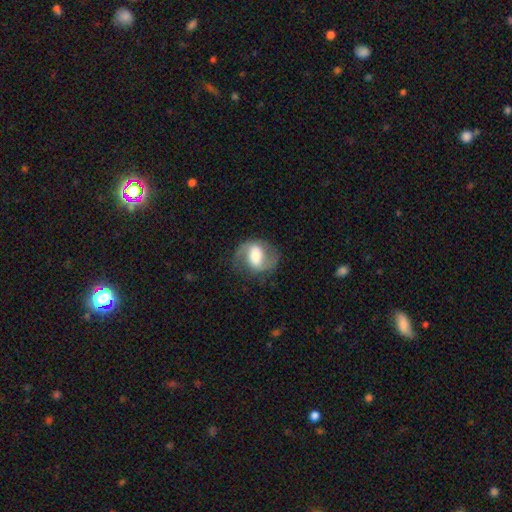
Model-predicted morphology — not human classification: type=featured or disk (73%); edge-on=no (97%); bar=weak (41%); spiral arms=yes (89%); winding=medium (48%); arm count=2 (89%); bulge=moderate (50%); merging=none (73%).